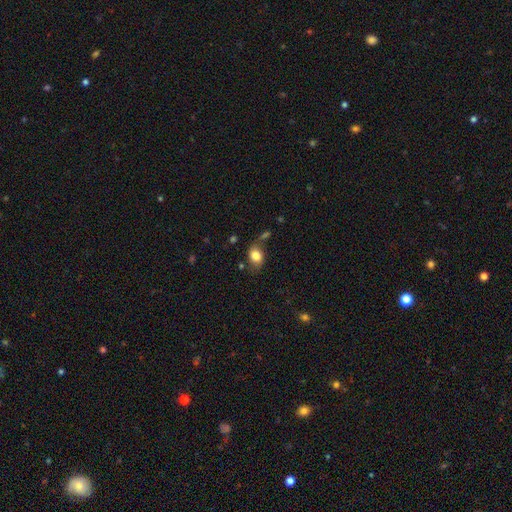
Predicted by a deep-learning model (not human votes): Smooth or featured?
  - smooth: 81% *
  - featured or disk: 10%
  - star or artifact: 8%
How rounded?
  - in between: 70% *
  - round: 28%
  - cigar-shaped: 1%
Merging?
  - none: 62% *
  - minor disturbance: 22%
  - merger: 8%
  - major disturbance: 8%